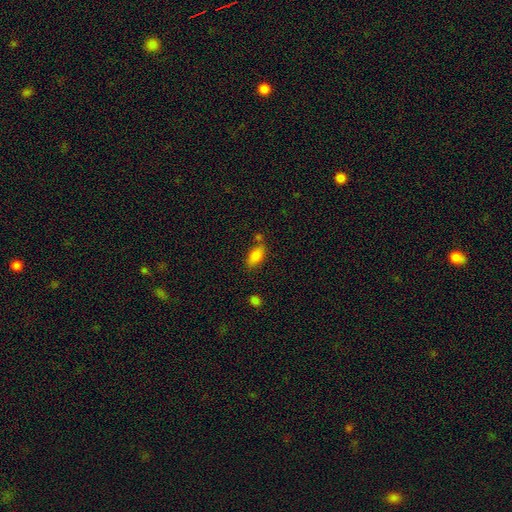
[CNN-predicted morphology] A smooth galaxy with no disk features (83%) that is in between round and cigar-shaped (87%). Merging: none (67%).